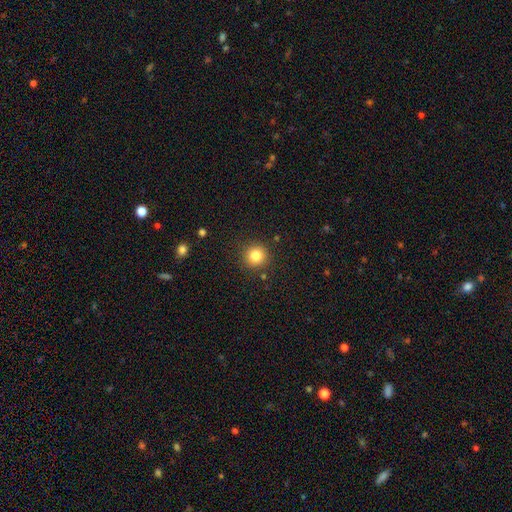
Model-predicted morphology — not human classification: Smooth or featured? Predicted: smooth (p=0.83). How rounded? Predicted: round (p=0.94). Merging? Predicted: none (p=0.89).